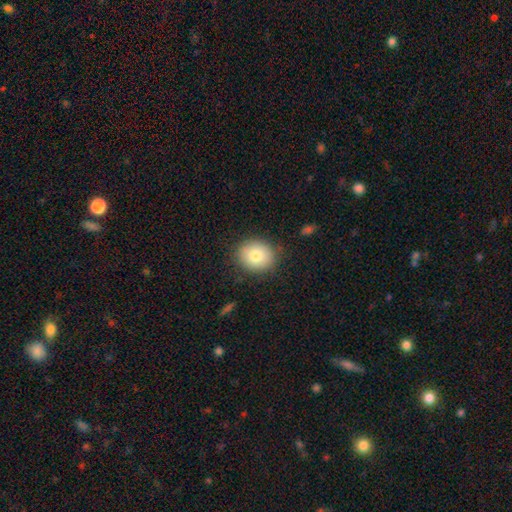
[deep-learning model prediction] Morphology: type=smooth (79%); roundness=round (65%); merging=none (85%).